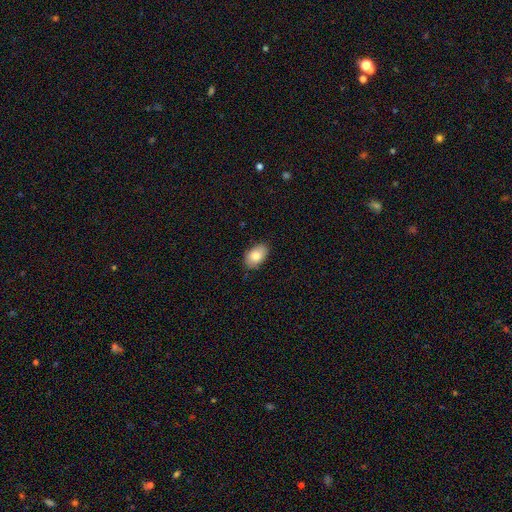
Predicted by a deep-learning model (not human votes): Smooth or featured?
  - smooth: 82% *
  - featured or disk: 11%
  - star or artifact: 7%
How rounded?
  - in between: 88% *
  - round: 10%
  - cigar-shaped: 1%
Merging?
  - none: 79% *
  - minor disturbance: 17%
  - major disturbance: 3%
  - merger: 1%